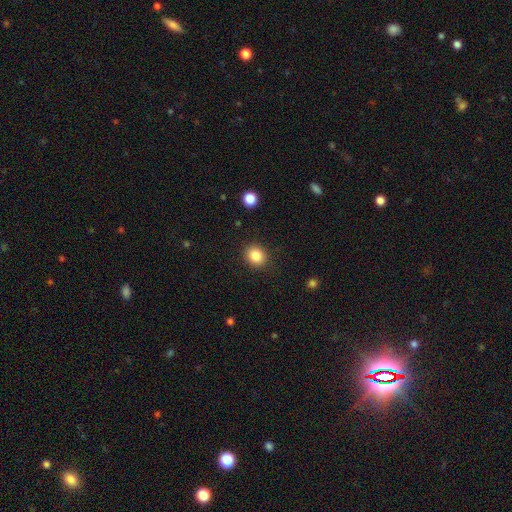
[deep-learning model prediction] Smooth or featured? Predicted: smooth (p=0.85). How rounded? Predicted: round (p=0.71). Merging? Predicted: none (p=0.89).